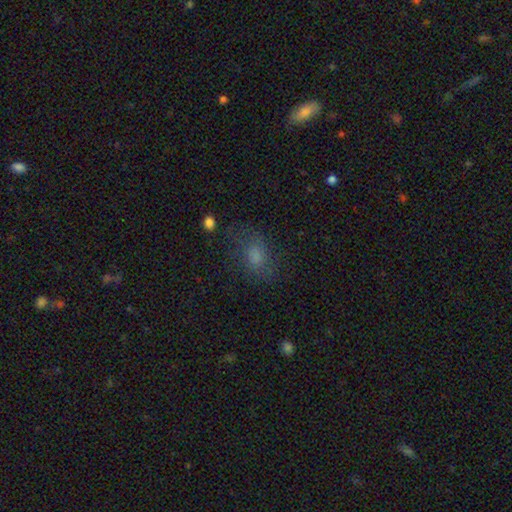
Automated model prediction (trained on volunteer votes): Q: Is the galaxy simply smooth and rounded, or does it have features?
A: smooth — 66%.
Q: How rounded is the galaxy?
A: in between — 75%.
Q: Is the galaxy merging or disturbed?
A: none — 61%.